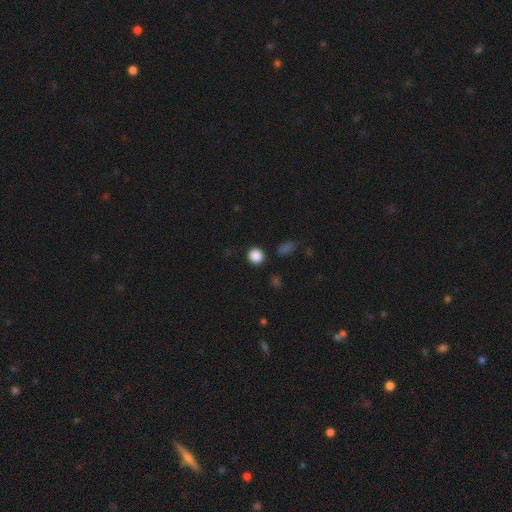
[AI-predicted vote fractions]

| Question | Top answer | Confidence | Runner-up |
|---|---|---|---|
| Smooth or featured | smooth | 86% | star or artifact (11%) |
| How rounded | round | 88% | in between (11%) |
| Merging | none | 89% | minor disturbance (6%) |